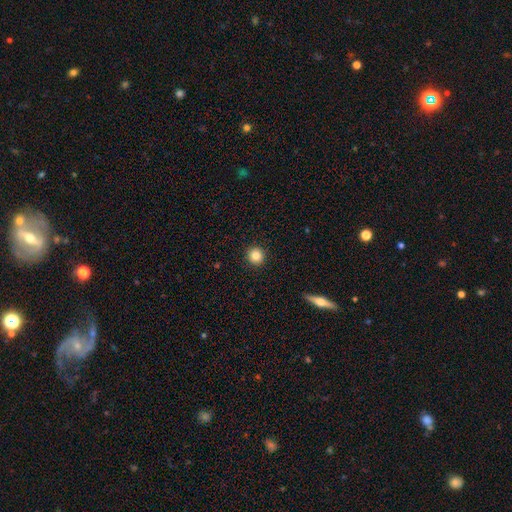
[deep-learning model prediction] smooth 84%, star or artifact 10%, featured or disk 6%. Down the decision tree: how rounded — round (95%); merging — none (93%).